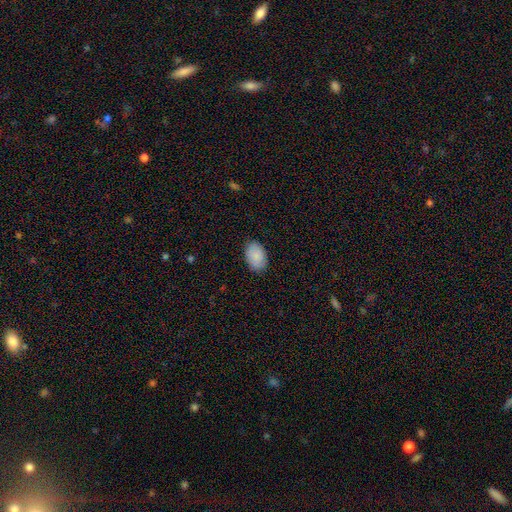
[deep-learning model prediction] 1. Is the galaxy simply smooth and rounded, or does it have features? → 89% smooth, 6% star or artifact, 5% featured or disk.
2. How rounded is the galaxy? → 91% in between, 8% round, 1% cigar-shaped.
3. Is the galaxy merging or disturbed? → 87% none, 10% minor disturbance, 2% major disturbance, 1% merger.